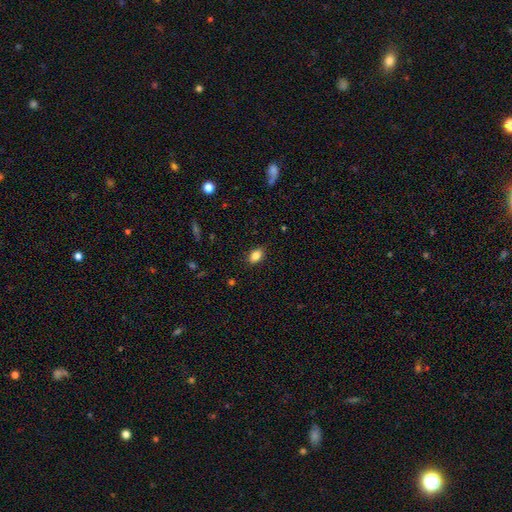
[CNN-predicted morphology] A smooth galaxy with no disk features (85%) that is in between round and cigar-shaped (84%).

Vote fractions:
- Smooth or featured? smooth: 85% / star or artifact: 9% / featured or disk: 6%
- How rounded? in between: 84% / round: 13% / cigar-shaped: 2%
- Merging? none: 86% / minor disturbance: 10% / major disturbance: 2% / merger: 1%